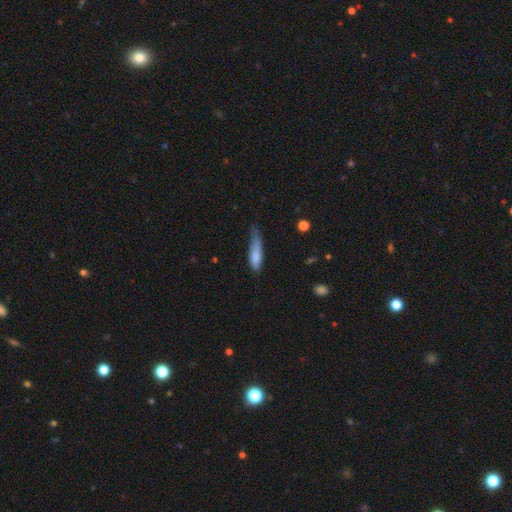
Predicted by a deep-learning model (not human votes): Smooth or featured: smooth — 78% (featured or disk — 16%)
How rounded: cigar-shaped — 66% (in between — 32%)
Merging: minor disturbance — 45% (none — 29%)